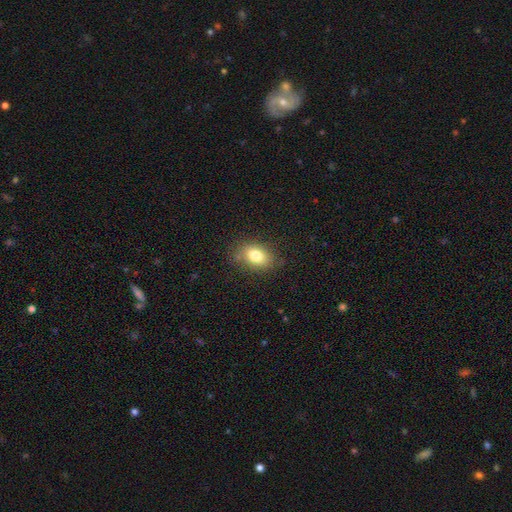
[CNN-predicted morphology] smooth_or_featured: smooth (p=0.79) [alt: featured or disk p=0.11]
how_rounded: in between (p=0.79) [alt: round p=0.20]
merging: none (p=0.78) [alt: minor disturbance p=0.16]